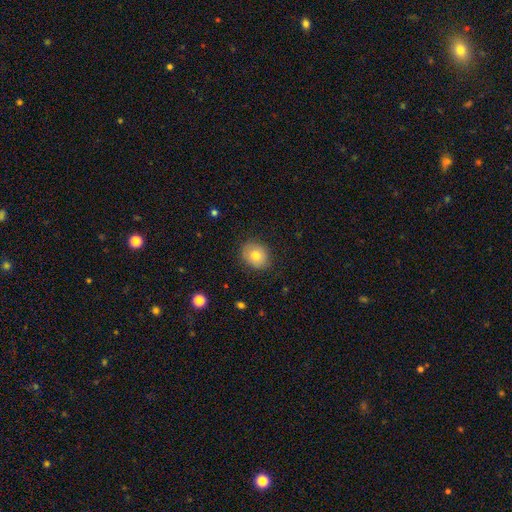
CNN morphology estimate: This is likely a smooth galaxy (76%). How rounded: likely round (62%). Merging: clearly none (83%).